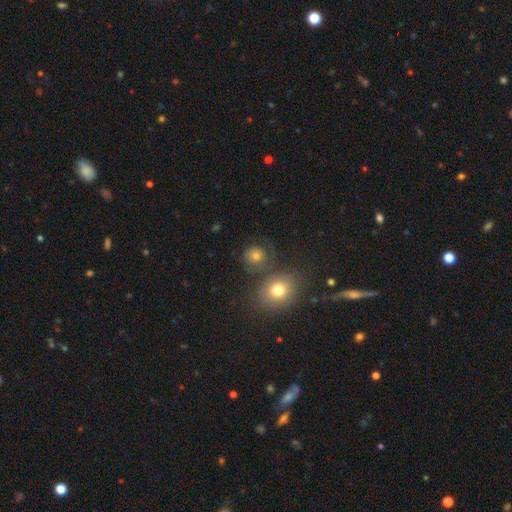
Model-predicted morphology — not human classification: The model was most divided on "smooth or featured": smooth: 65%, featured or disk: 18%, star or artifact: 17%. More confident: how rounded — round (84%); merging — none (66%).